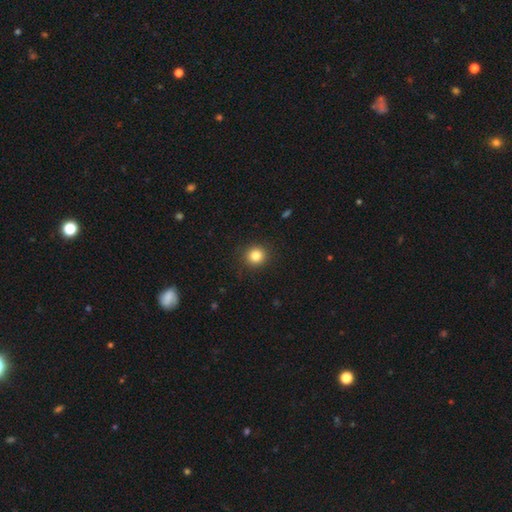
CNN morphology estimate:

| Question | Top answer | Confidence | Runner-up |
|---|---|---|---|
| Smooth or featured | smooth | 83% | star or artifact (11%) |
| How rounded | round | 91% | in between (8%) |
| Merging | none | 91% | minor disturbance (6%) |